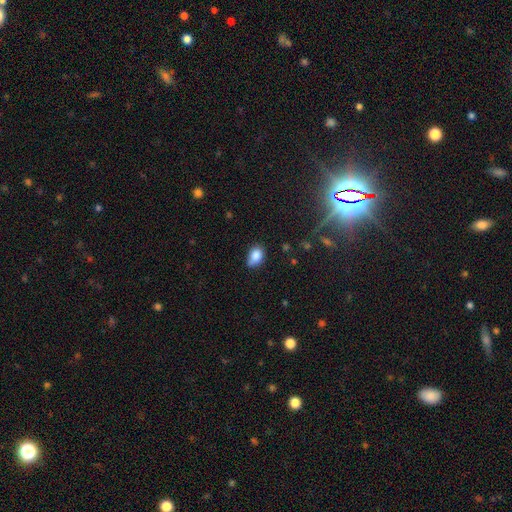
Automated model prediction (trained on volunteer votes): smooth-or-featured: smooth: 84% | star or artifact: 9% | featured or disk: 7%
  how-rounded: in between: 78% | round: 21% | cigar-shaped: 2%
  merging: none: 57% | minor disturbance: 33% | major disturbance: 6% | merger: 4%